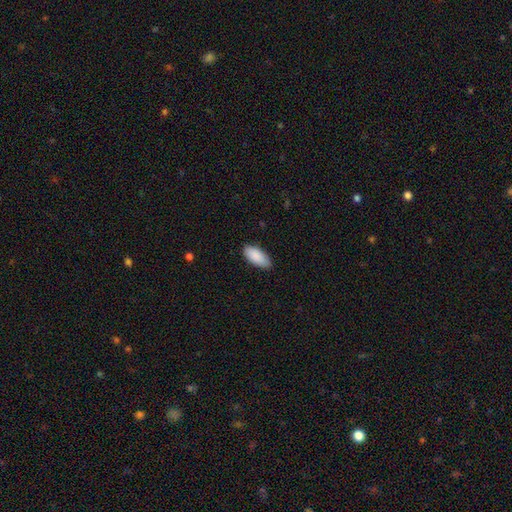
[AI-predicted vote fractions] Smooth or featured?
  - smooth: 90% *
  - star or artifact: 6%
  - featured or disk: 4%
How rounded?
  - in between: 91% *
  - cigar-shaped: 8%
  - round: 2%
Merging?
  - none: 85% *
  - minor disturbance: 12%
  - major disturbance: 2%
  - merger: 1%